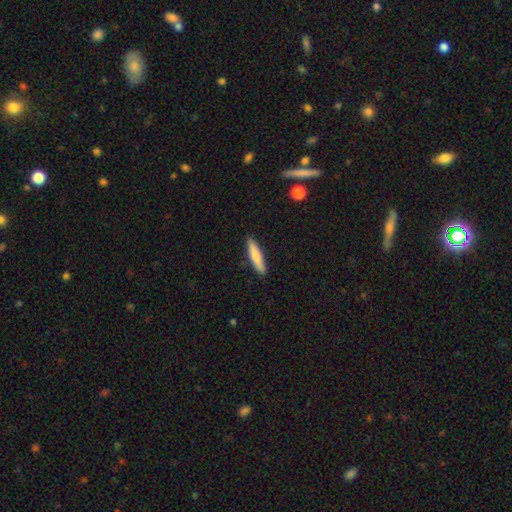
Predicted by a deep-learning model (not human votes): Smooth or featured: smooth — 77% (featured or disk — 17%)
How rounded: cigar-shaped — 85% (in between — 13%)
Merging: none — 88% (minor disturbance — 9%)